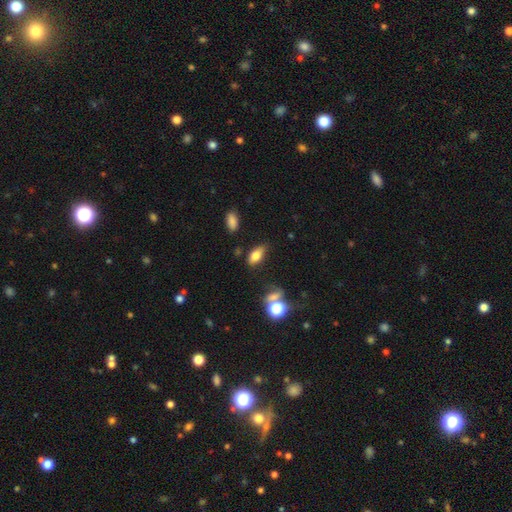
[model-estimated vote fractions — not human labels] smooth-or-featured: smooth: 76% | featured or disk: 13% | star or artifact: 12%
  how-rounded: in between: 85% | cigar-shaped: 9% | round: 6%
  merging: none: 69% | minor disturbance: 20% | major disturbance: 6% | merger: 5%